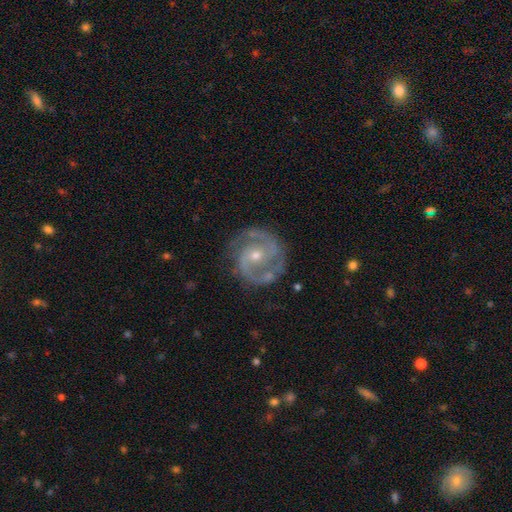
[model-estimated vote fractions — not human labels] Morphology: type=featured or disk (91%); edge-on=no (98%); bar=no (58%); spiral arms=yes (98%); winding=medium (50%); arm count=2 (84%); bulge=small (53%); merging=none (78%).